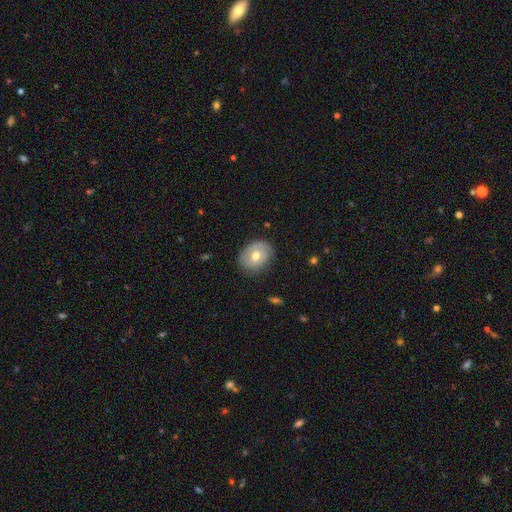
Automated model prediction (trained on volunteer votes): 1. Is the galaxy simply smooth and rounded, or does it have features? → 50% featured or disk, 42% smooth, 7% star or artifact.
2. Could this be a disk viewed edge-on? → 95% no, 5% yes.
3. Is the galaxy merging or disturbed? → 74% none, 19% minor disturbance, 5% major disturbance, 1% merger.